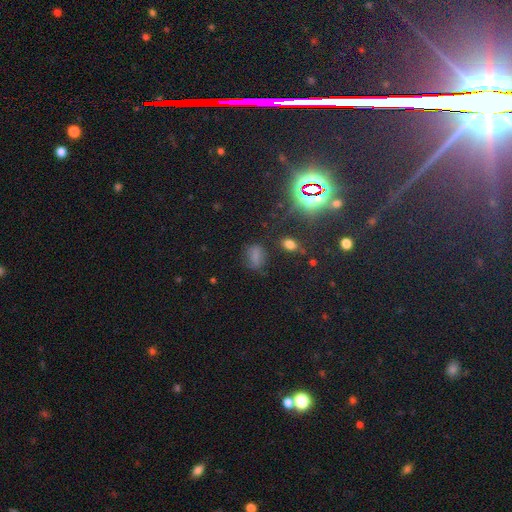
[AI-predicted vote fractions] Smooth or featured? Predicted: smooth (p=0.65). How rounded? Predicted: in between (p=0.73). Merging? Predicted: none (p=0.65).